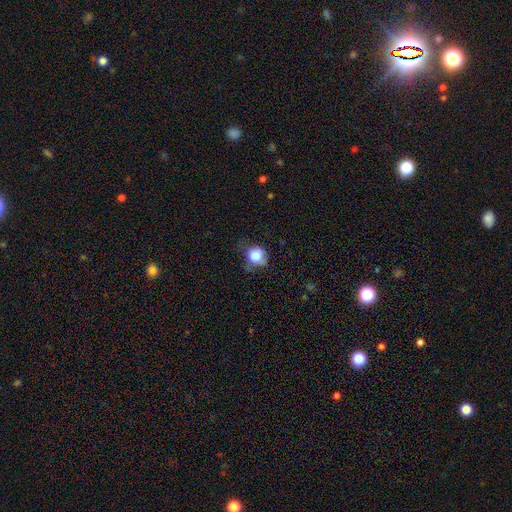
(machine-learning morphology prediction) A smooth galaxy with no disk features (79%) that is round (74%).

Vote fractions:
- Smooth or featured? smooth: 79% / featured or disk: 11% / star or artifact: 10%
- How rounded? round: 74% / in between: 25% / cigar-shaped: 1%
- Merging? none: 45% / minor disturbance: 34% / major disturbance: 19% / merger: 2%